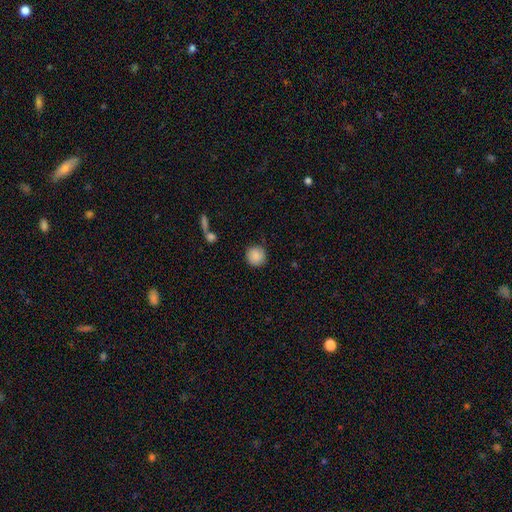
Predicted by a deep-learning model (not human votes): smooth 88%, star or artifact 8%, featured or disk 4%. Down the decision tree: how rounded — round (93%); merging — none (87%).